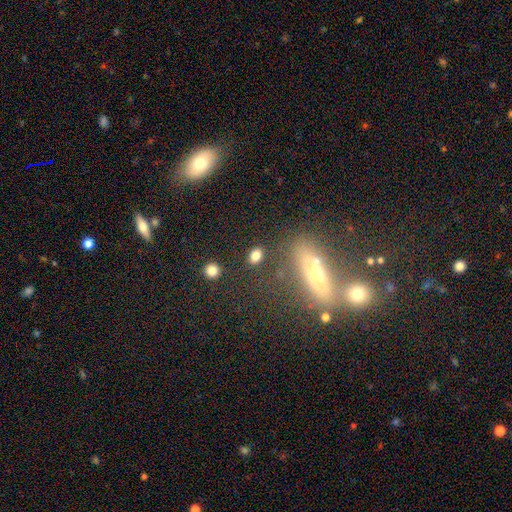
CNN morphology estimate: The model was most divided on "how rounded": in between: 82%, round: 15%, cigar-shaped: 3%. More confident: merging — none (83%); smooth or featured — smooth (81%).